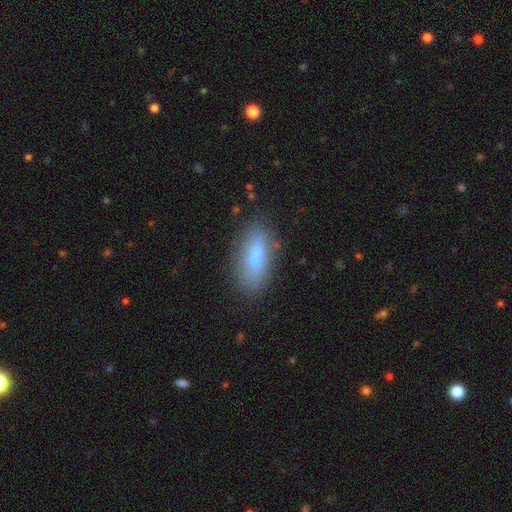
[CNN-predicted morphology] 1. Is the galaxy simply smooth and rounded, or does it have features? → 57% smooth, 32% featured or disk, 11% star or artifact.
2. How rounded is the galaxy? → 74% in between, 20% cigar-shaped, 6% round.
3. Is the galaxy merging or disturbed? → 60% none, 20% merger, 14% minor disturbance, 5% major disturbance.